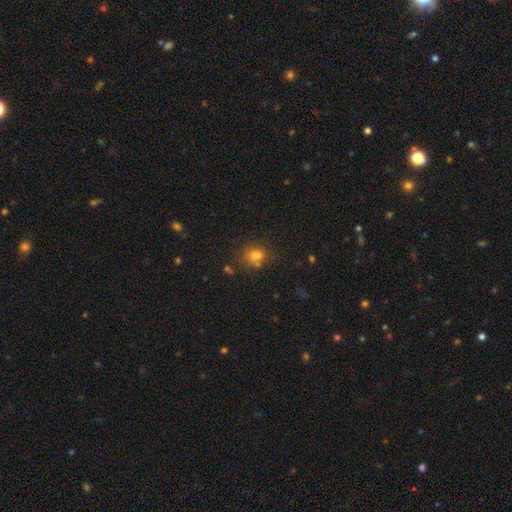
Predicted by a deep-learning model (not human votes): This is likely a smooth galaxy (71%). How rounded: possibly round (51%). Merging: possibly none (59%).